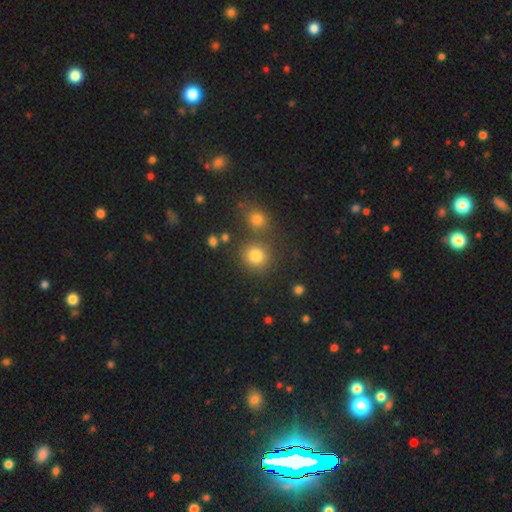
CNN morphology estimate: A smooth galaxy with no disk features (79%) that is round (89%). Merging: none (73%).